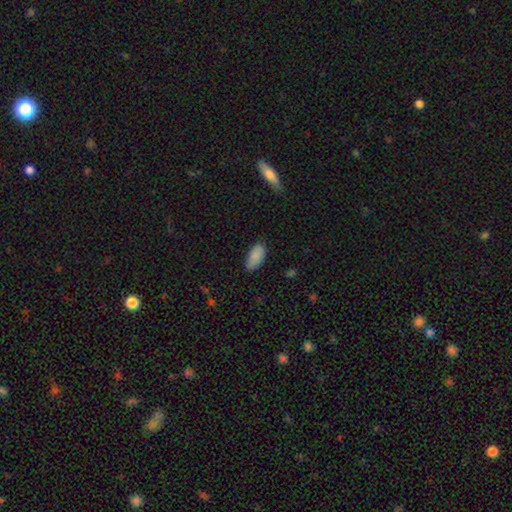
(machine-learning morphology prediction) Smooth or featured? Predicted: smooth (p=0.88). How rounded? Predicted: in between (p=0.93). Merging? Predicted: none (p=0.78).